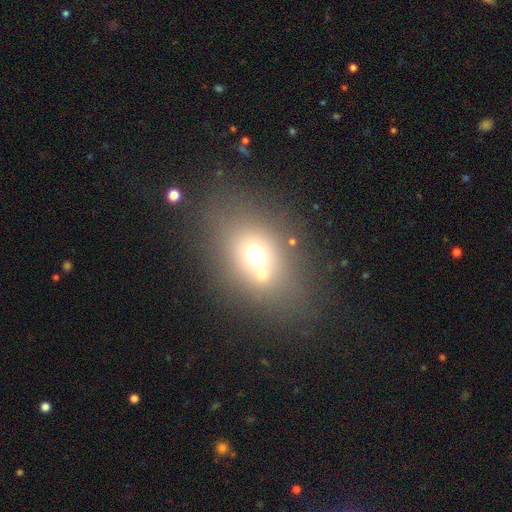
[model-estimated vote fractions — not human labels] smooth-or-featured: smooth: 62% | star or artifact: 20% | featured or disk: 18%
  how-rounded: in between: 57% | round: 41% | cigar-shaped: 2%
  merging: none: 57% | merger: 26% | minor disturbance: 10% | major disturbance: 6%